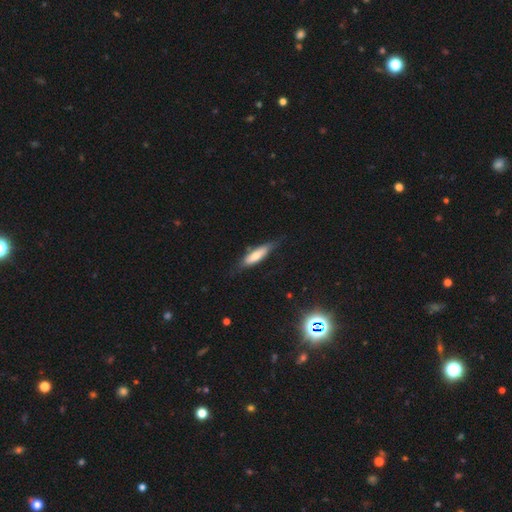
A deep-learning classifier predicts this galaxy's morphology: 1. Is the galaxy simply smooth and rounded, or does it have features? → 65% smooth, 28% featured or disk, 6% star or artifact.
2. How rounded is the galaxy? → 60% cigar-shaped, 38% in between, 2% round.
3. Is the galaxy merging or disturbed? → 66% none, 25% minor disturbance, 7% major disturbance, 2% merger.